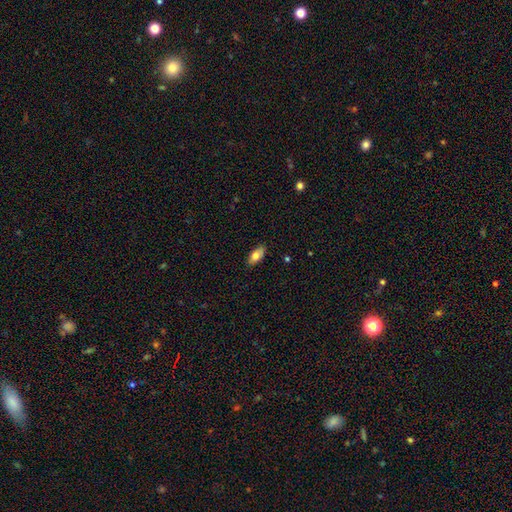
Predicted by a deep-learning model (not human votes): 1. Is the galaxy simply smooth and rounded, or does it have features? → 75% smooth, 19% featured or disk, 7% star or artifact.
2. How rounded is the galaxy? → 85% in between, 12% cigar-shaped, 3% round.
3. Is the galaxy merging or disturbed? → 86% none, 11% minor disturbance, 2% major disturbance, 1% merger.